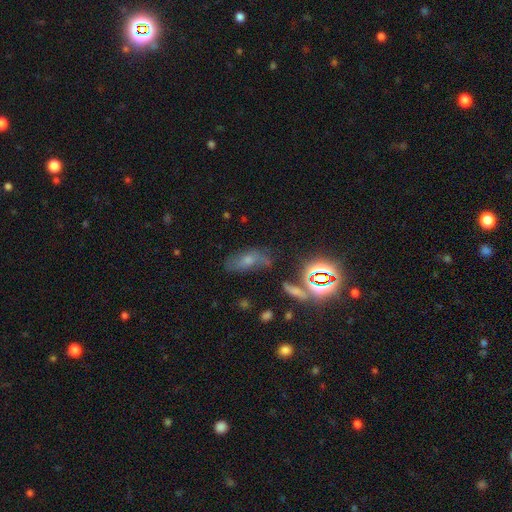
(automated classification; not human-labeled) Smooth or featured? star or artifact (48%)